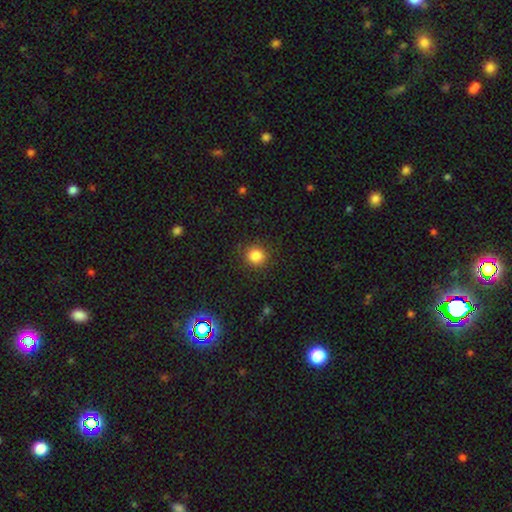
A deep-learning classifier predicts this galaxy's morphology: smooth_or_featured: smooth (p=0.84) [alt: star or artifact p=0.12]
how_rounded: round (p=0.91) [alt: in between p=0.08]
merging: none (p=0.90) [alt: minor disturbance p=0.07]